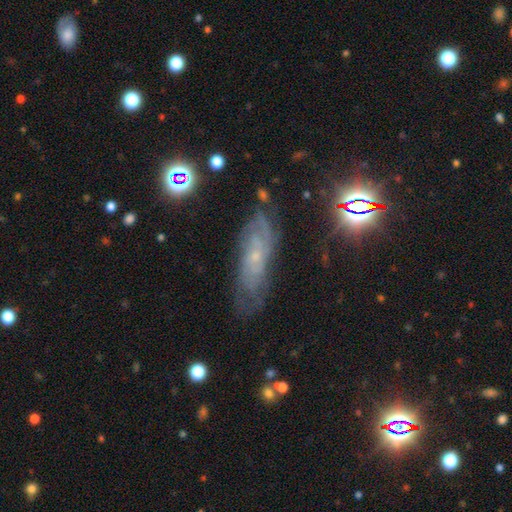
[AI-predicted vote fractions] Smooth or featured?
  - featured or disk: 67% *
  - smooth: 19%
  - star or artifact: 14%
Edge-on disk?
  - no: 80% *
  - yes: 20%
Bar?
  - no: 70% *
  - weak: 25%
  - strong: 5%
Spiral arms?
  - yes: 86% *
  - no: 14%
Bulge size?
  - small: 78% *
  - moderate: 15%
  - none: 5%
  - large: 1%
  - dominant: 1%
Merging?
  - none: 70% *
  - minor disturbance: 21%
  - major disturbance: 7%
  - merger: 2%